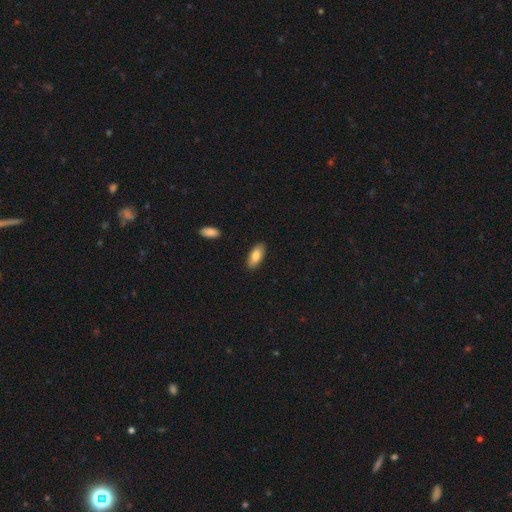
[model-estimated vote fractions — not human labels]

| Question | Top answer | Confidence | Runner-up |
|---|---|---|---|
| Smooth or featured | smooth | 83% | featured or disk (11%) |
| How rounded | in between | 88% | cigar-shaped (10%) |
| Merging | none | 88% | minor disturbance (9%) |